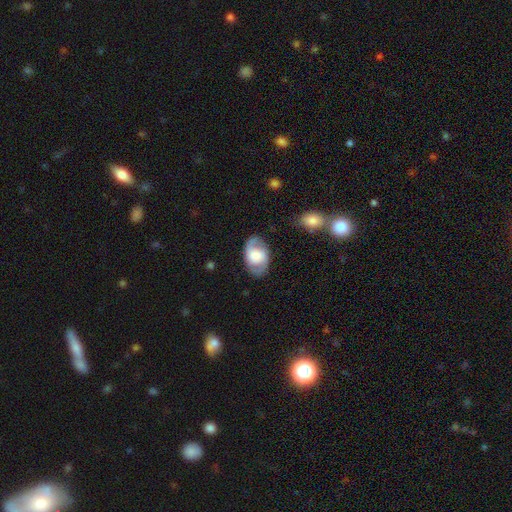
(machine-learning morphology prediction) type=featured or disk (58%); edge-on=no (95%); bar=no (54%); spiral arms=yes (80%); bulge=large (44%); merging=none (76%).